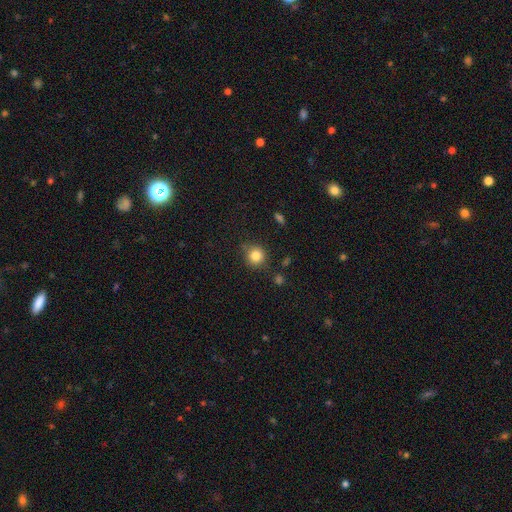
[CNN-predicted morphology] A smooth galaxy with no disk features (83%) that is round (90%).

Vote fractions:
- Smooth or featured? smooth: 83% / star or artifact: 11% / featured or disk: 6%
- How rounded? round: 90% / in between: 9% / cigar-shaped: 1%
- Merging? none: 81% / minor disturbance: 12% / merger: 3% / major disturbance: 3%